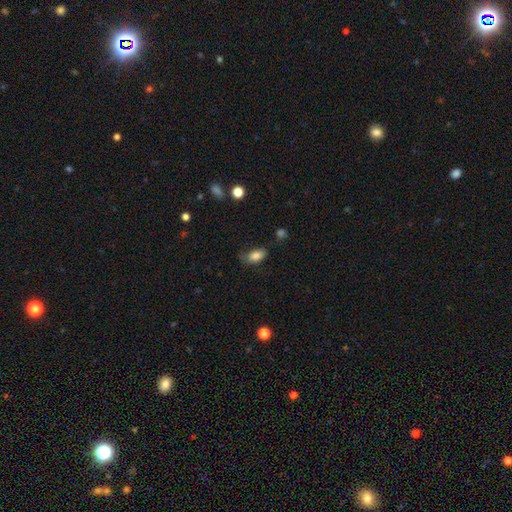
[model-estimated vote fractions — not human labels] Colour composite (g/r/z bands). It shows a smooth galaxy with no disk features (83%) that is in between round and cigar-shaped (90%). Merging: none (60%).